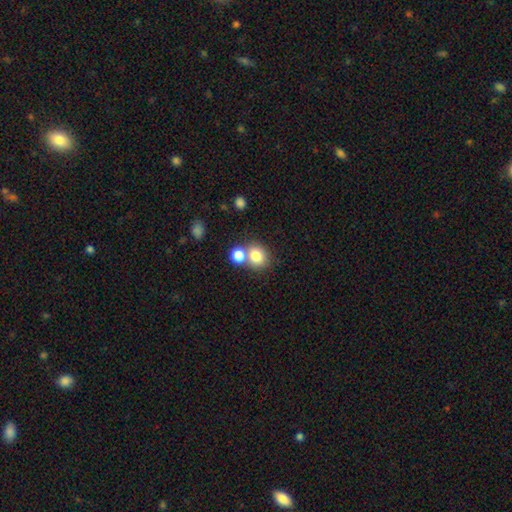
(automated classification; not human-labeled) Smooth or featured? smooth (79%)
How rounded? round (75%)
Merging? none (49%)